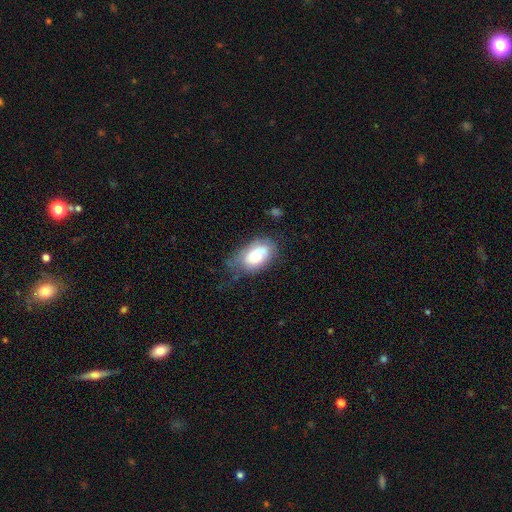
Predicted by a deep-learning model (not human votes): Morphology: type=smooth (60%); roundness=in between (91%); merging=none (47%).